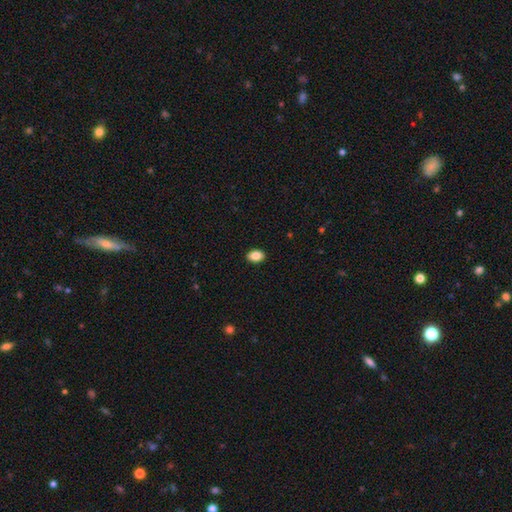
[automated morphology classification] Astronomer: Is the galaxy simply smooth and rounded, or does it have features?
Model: smooth — 87%.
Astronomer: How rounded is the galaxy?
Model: in between — 85%.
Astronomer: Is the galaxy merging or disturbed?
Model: none — 91%.